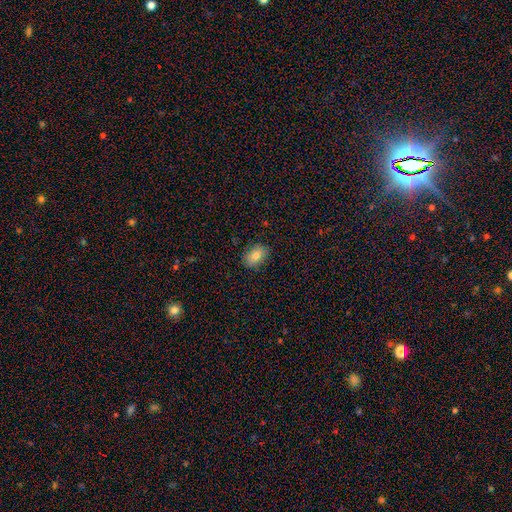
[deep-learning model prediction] Overall: smooth (82%). How rounded: in between (85%). Merging: none (87%).